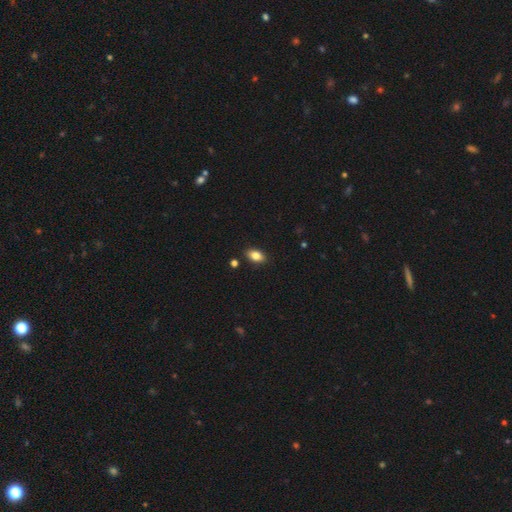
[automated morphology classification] The model was most divided on "smooth or featured": smooth: 83%, star or artifact: 9%, featured or disk: 8%. More confident: how rounded — in between (89%); merging — none (88%).